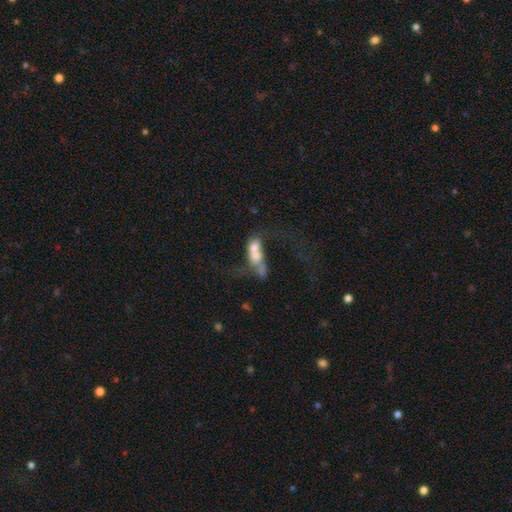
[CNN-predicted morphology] This is possibly a smooth galaxy (50%). How rounded: likely in between (66%). Merging: likely merger (69%).